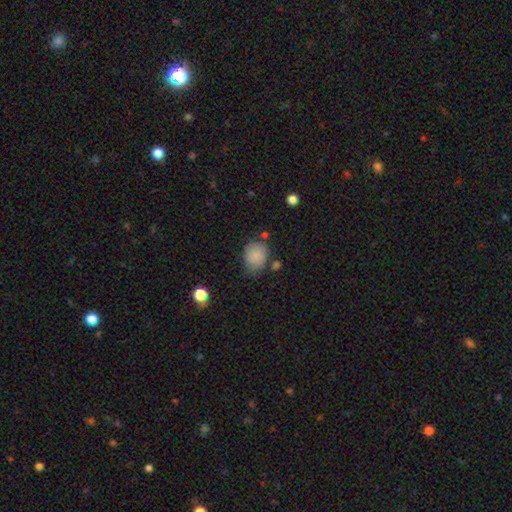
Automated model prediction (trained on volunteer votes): Smooth or featured? smooth (81%)
How rounded? in between (50%)
Merging? none (62%)